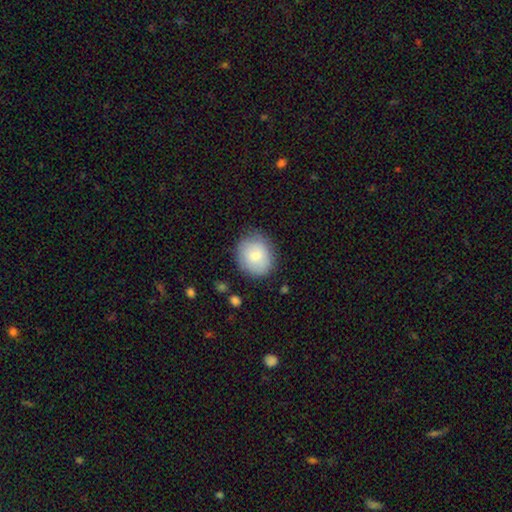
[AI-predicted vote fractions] Morphology: type=smooth (78%); roundness=round (71%); merging=none (80%).